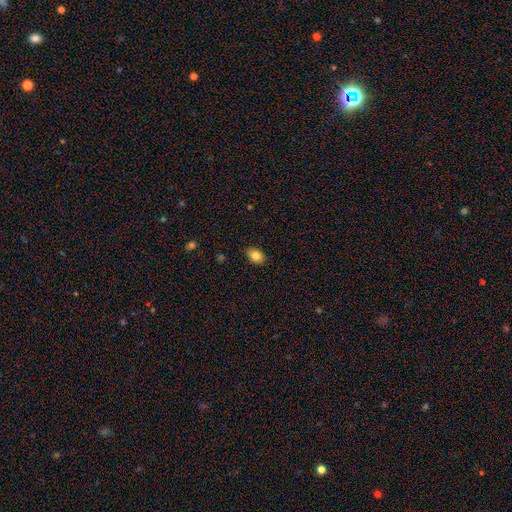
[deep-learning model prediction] Smooth or featured? smooth (83%)
How rounded? in between (75%)
Merging? none (87%)